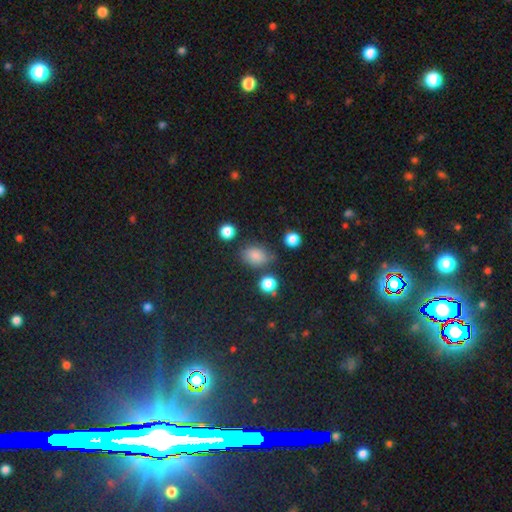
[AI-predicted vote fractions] Morphology: type=smooth (80%); roundness=in between (73%); merging=none (73%).